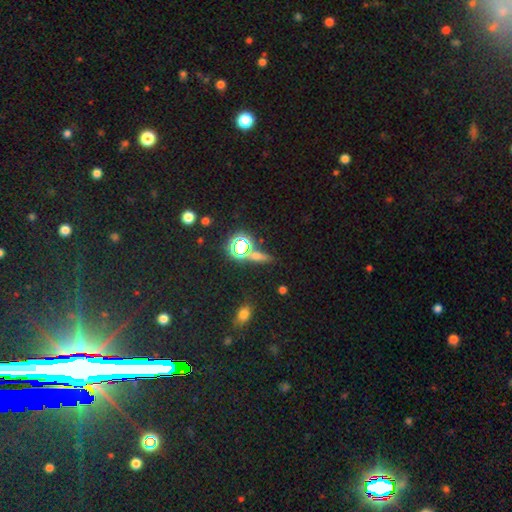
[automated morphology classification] This appears to be a star or artifact, not a galaxy (48%).